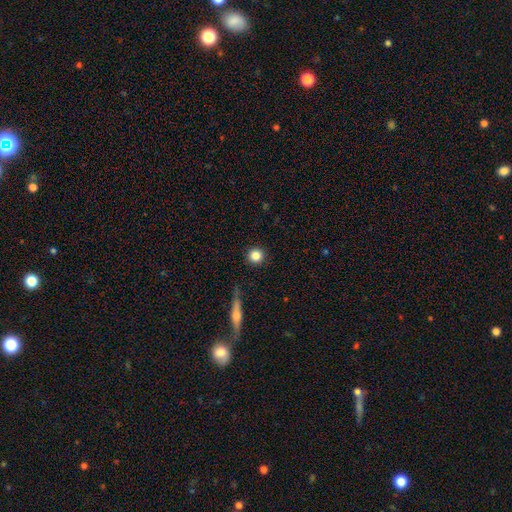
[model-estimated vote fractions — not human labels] This appears to be a smooth galaxy with no disk features (84%) that is round (95%). Merging: none (90%).